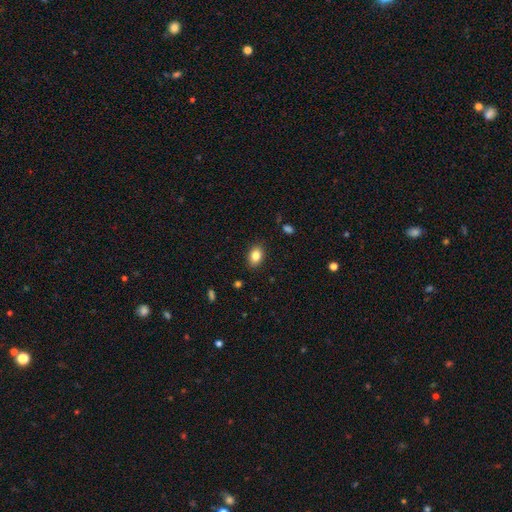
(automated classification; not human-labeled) This appears to be a smooth galaxy with no disk features (85%) that is in between round and cigar-shaped (80%). Merging: none (88%).